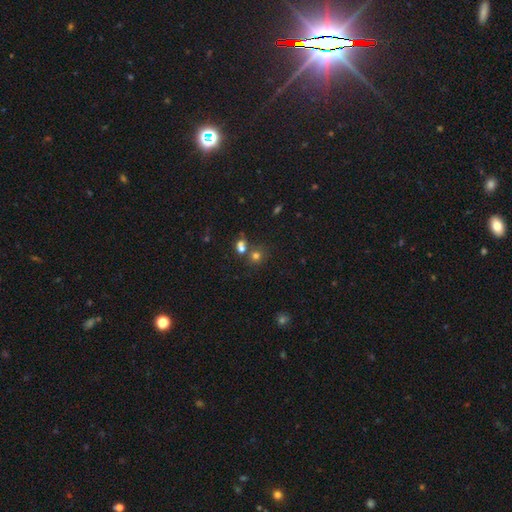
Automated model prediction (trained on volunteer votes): Smooth or featured: smooth — 70% (star or artifact — 21%)
How rounded: round — 83% (in between — 16%)
Merging: none — 59% (merger — 28%)